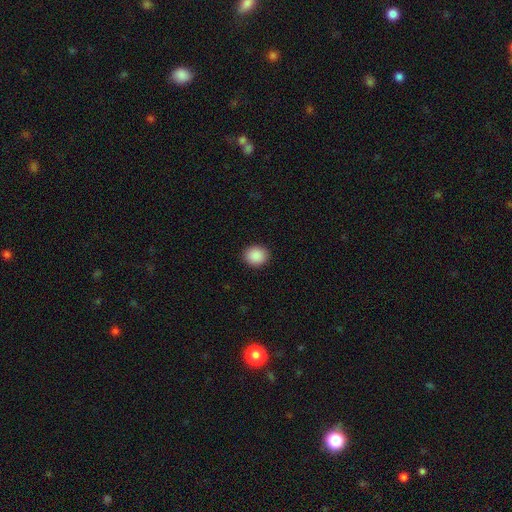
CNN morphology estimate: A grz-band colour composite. It shows a smooth galaxy with no disk features (90%) that is round (75%). Merging: none (91%).